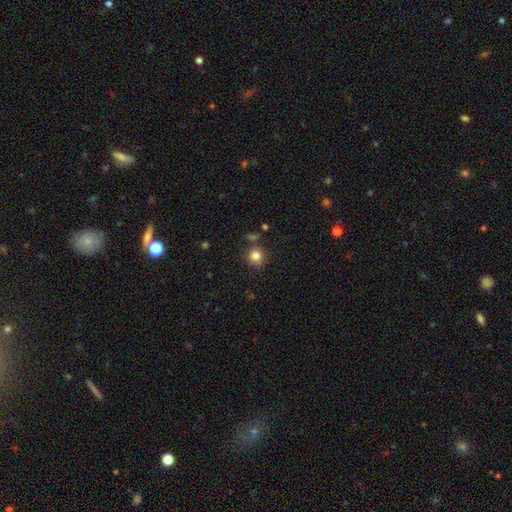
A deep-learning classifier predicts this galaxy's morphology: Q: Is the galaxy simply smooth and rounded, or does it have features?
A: smooth — 83%.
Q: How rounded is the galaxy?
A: round — 86%.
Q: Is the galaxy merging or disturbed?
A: none — 78%.